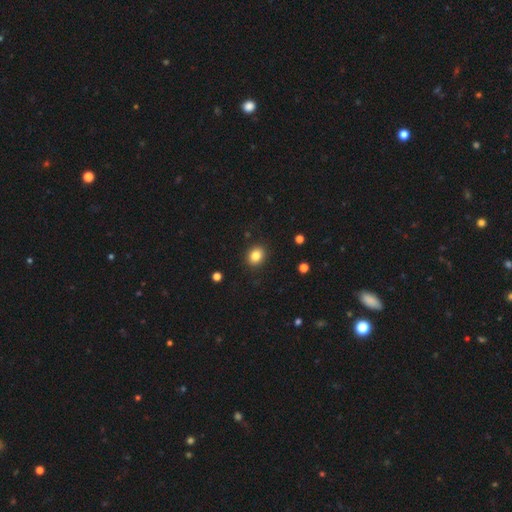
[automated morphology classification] A smooth galaxy with no disk features (84%) that is round (60%). Merging: none (90%).